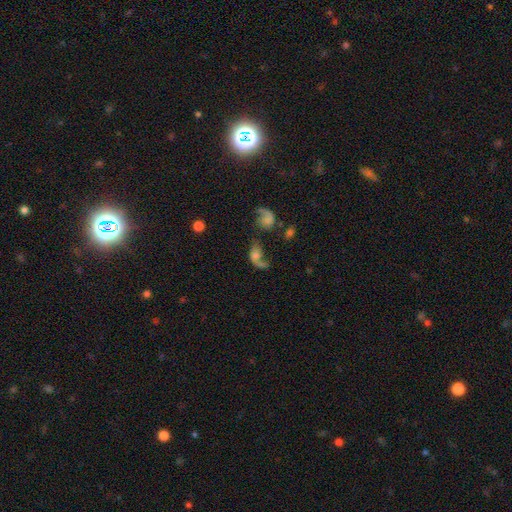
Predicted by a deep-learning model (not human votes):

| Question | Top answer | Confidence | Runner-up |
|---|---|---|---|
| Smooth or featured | featured or disk | 43% | smooth (42%) |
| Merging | major disturbance | 36% | merger (29%) |